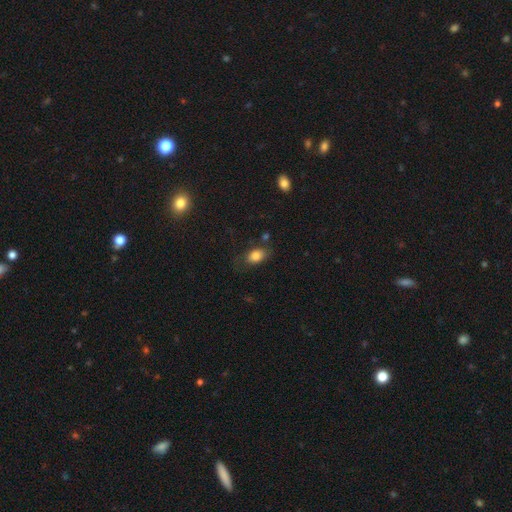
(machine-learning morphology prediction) Smooth or featured? Predicted: smooth (p=0.81). How rounded? Predicted: in between (p=0.82). Merging? Predicted: none (p=0.65).